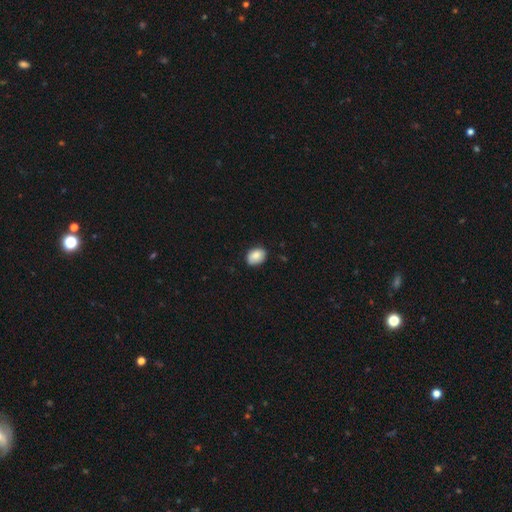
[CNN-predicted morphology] smooth-or-featured: smooth: 85% | star or artifact: 8% | featured or disk: 7%
  how-rounded: in between: 71% | round: 28% | cigar-shaped: 1%
  merging: none: 80% | minor disturbance: 17% | major disturbance: 3% | merger: 1%